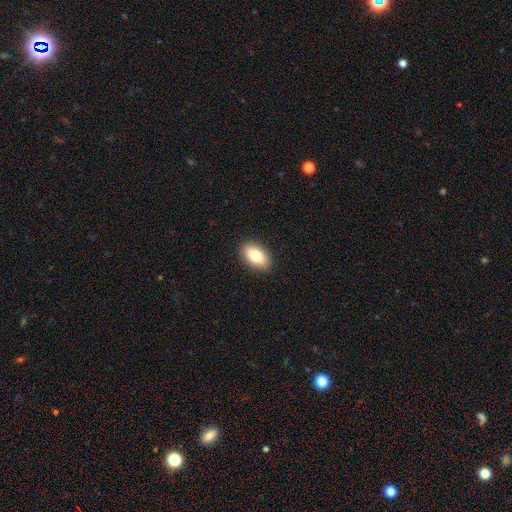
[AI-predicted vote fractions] The model was most divided on "smooth or featured": smooth: 82%, featured or disk: 10%, star or artifact: 7%. More confident: how rounded — in between (93%); merging — none (89%).